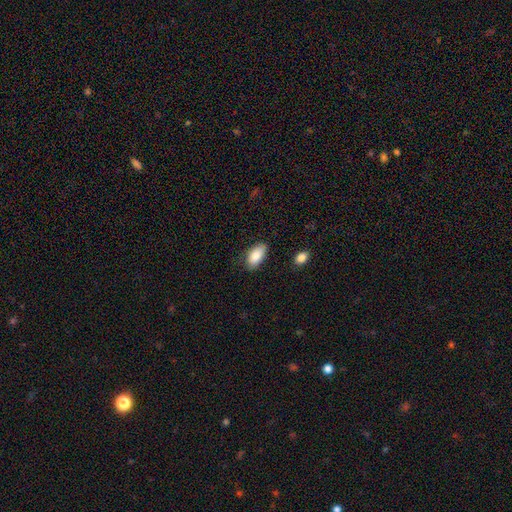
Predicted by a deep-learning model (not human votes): This is clearly a smooth galaxy (84%). How rounded: clearly in between (92%). Merging: likely none (78%).